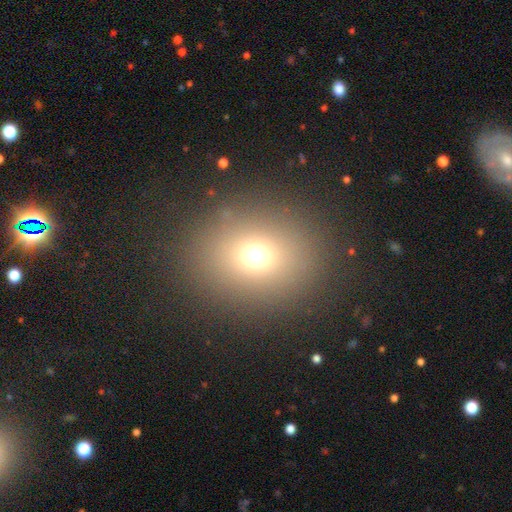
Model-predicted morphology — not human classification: type=smooth (67%); roundness=round (71%); merging=none (87%).